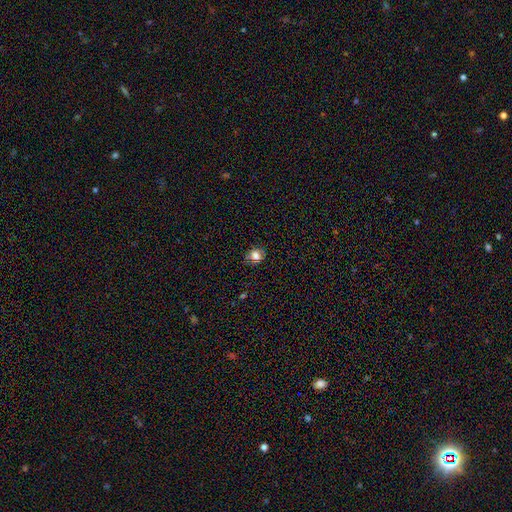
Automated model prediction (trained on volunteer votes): Smooth or featured?
  - smooth: 70% *
  - star or artifact: 19%
  - featured or disk: 11%
How rounded?
  - round: 60% *
  - in between: 38%
  - cigar-shaped: 2%
Merging?
  - none: 81% *
  - minor disturbance: 13%
  - major disturbance: 4%
  - merger: 2%